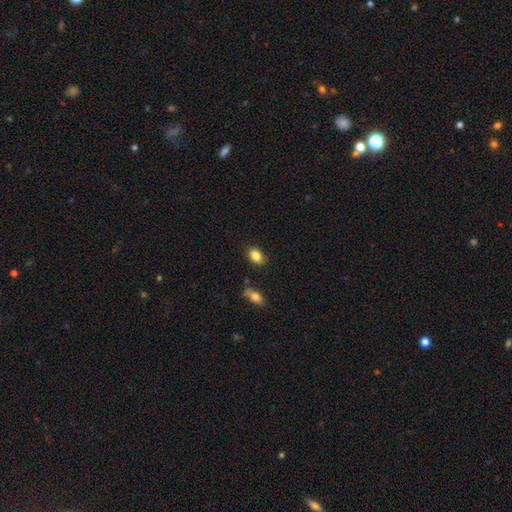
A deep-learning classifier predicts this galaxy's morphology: A smooth galaxy with no disk features (86%) that is in between round and cigar-shaped (85%). Merging: none (84%).